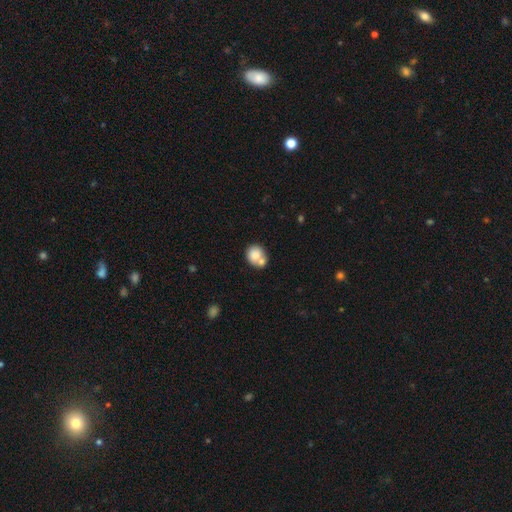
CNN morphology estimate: The model was most divided on "merging": merger: 44%, none: 41%, minor disturbance: 11%, major disturbance: 4%. More confident: smooth or featured — smooth (79%); how rounded — round (75%).